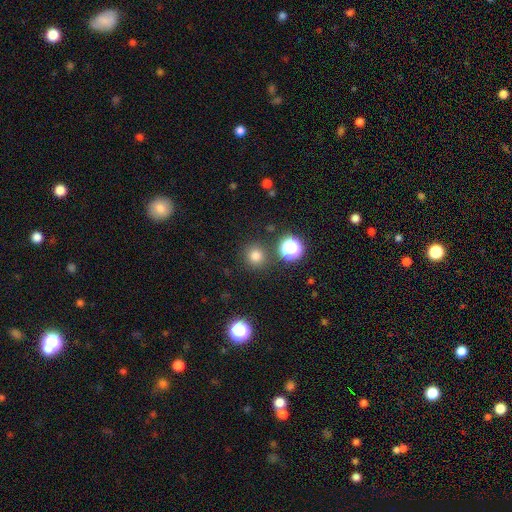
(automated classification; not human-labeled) A smooth galaxy with no disk features (77%) that is round (94%).

Vote fractions:
- Smooth or featured? smooth: 77% / star or artifact: 18% / featured or disk: 5%
- How rounded? round: 94% / in between: 5% / cigar-shaped: 1%
- Merging? none: 86% / minor disturbance: 7% / merger: 4% / major disturbance: 3%